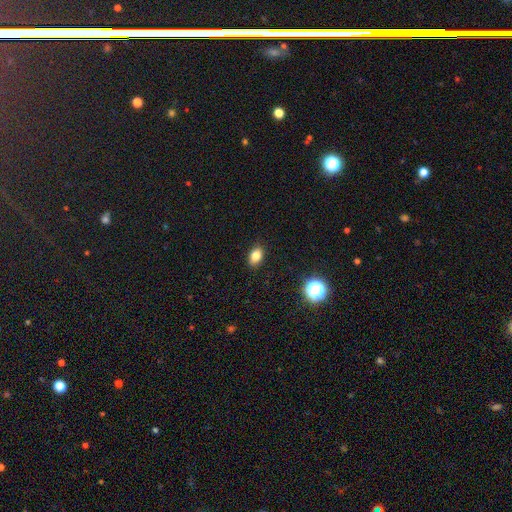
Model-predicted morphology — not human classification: Overall: smooth (81%). How rounded: in between (83%). Merging: none (90%).